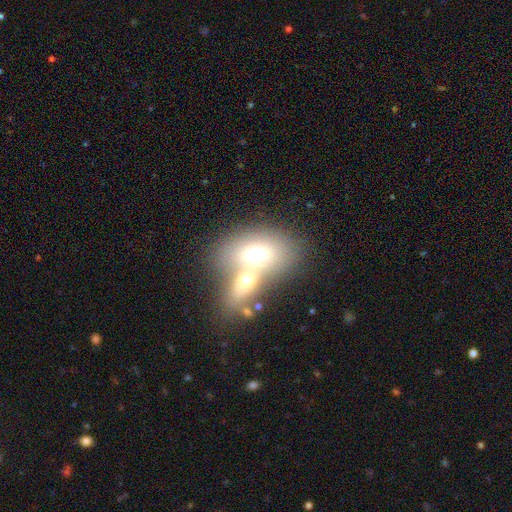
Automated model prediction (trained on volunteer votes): smooth 65%, featured or disk 26%, star or artifact 9%. Down the decision tree: how rounded — in between (81%); merging — merger (64%).